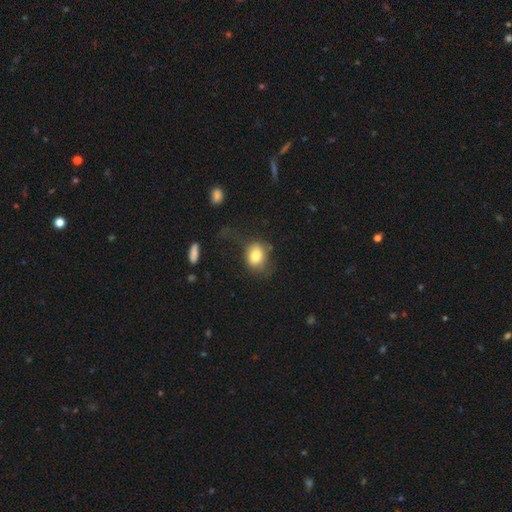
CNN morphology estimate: type=smooth (77%); roundness=in between (54%); merging=none (50%).